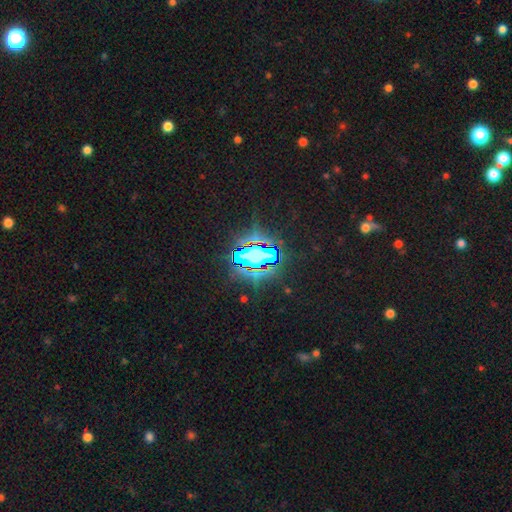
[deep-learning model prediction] Q: Smooth or featured?
A: star or artifact (72%); runner-up: smooth (16%)